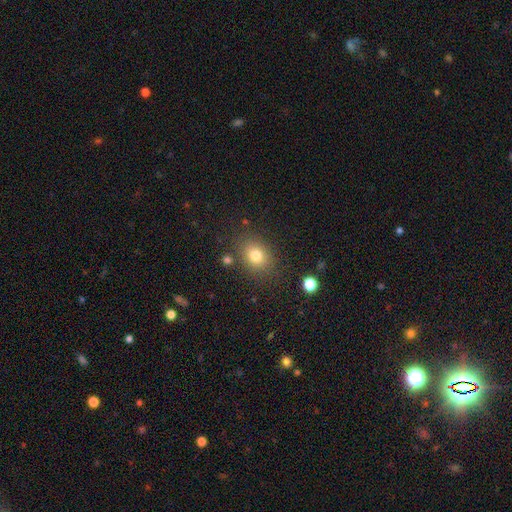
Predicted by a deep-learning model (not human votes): A smooth galaxy with no disk features (79%) that is round (51%).

Vote fractions:
- Smooth or featured? smooth: 79% / star or artifact: 12% / featured or disk: 9%
- How rounded? round: 51% / in between: 48% / cigar-shaped: 1%
- Merging? none: 80% / minor disturbance: 12% / major disturbance: 4% / merger: 4%